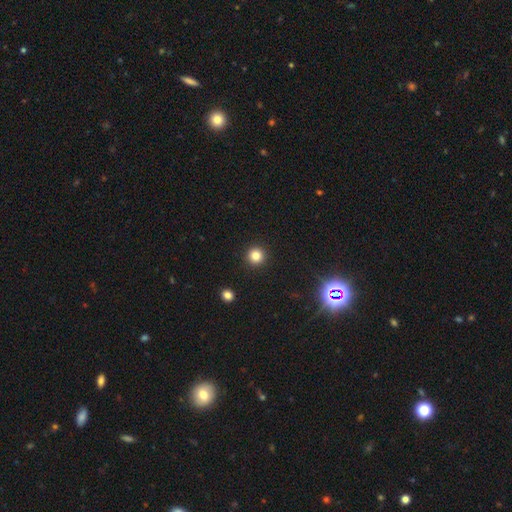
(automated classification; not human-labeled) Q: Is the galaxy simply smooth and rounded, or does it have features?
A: smooth — 83%.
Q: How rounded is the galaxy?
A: round — 95%.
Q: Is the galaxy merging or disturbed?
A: none — 93%.